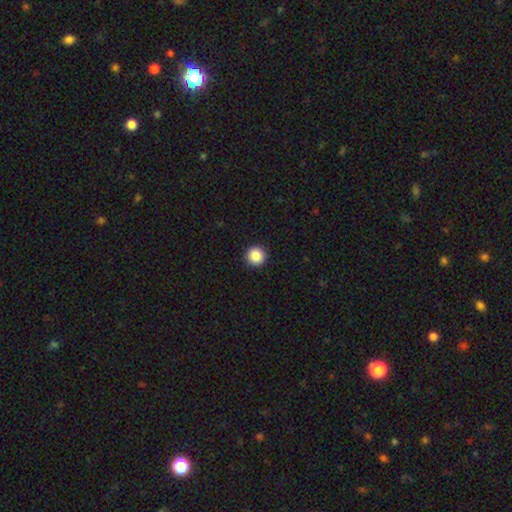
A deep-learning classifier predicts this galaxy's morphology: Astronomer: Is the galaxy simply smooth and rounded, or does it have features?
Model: smooth — 87%.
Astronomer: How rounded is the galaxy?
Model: round — 96%.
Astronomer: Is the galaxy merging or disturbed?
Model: none — 93%.